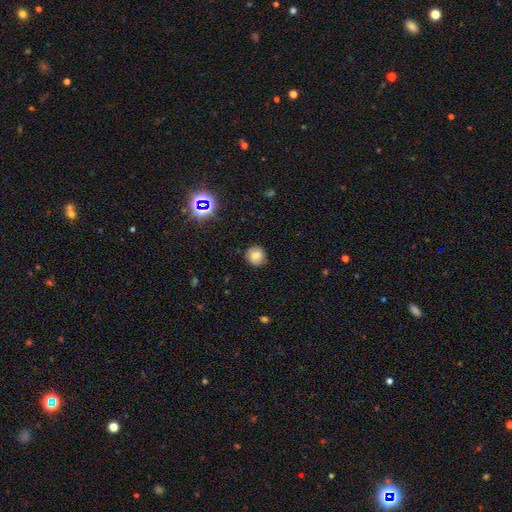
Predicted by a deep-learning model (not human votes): Smooth or featured?
  - smooth: 75% *
  - star or artifact: 14%
  - featured or disk: 11%
How rounded?
  - round: 89% *
  - in between: 10%
  - cigar-shaped: 1%
Merging?
  - none: 86% *
  - minor disturbance: 10%
  - major disturbance: 2%
  - merger: 1%